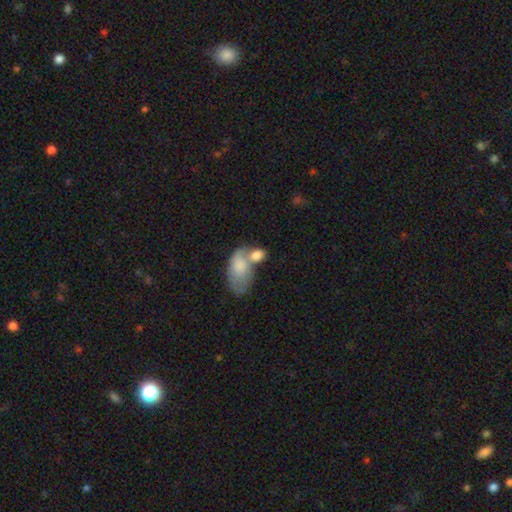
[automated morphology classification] This appears to be a smooth galaxy with no disk features (76%) that is in between round and cigar-shaped (84%). Merging: merger (58%).